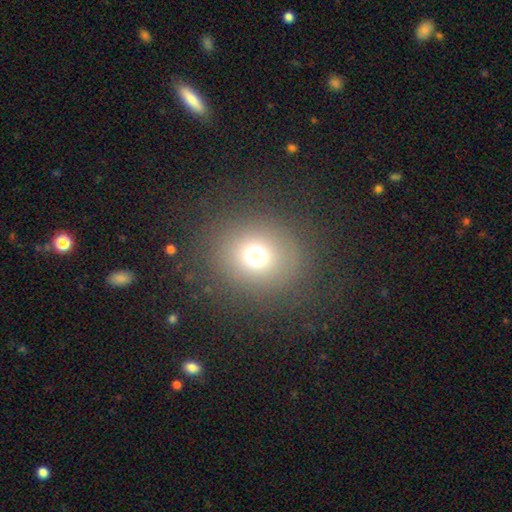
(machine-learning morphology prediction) type=smooth (69%); roundness=round (85%); merging=none (84%).